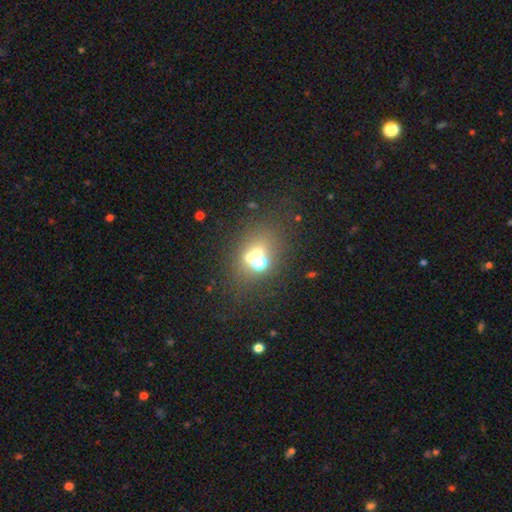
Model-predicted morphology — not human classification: smooth-or-featured: smooth: 47% | star or artifact: 29% | featured or disk: 24%
  merging: none: 47% | merger: 38% | minor disturbance: 9% | major disturbance: 6%